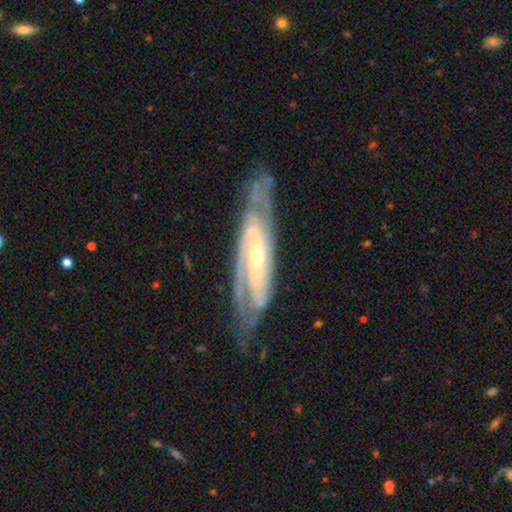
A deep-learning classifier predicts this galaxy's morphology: The model was most divided on "bar": no: 49%, weak: 31%, strong: 20%. Remaining: spiral arms — yes (96%); smooth or featured — featured or disk (88%); edge-on disk — no (80%); merging — none (74%); spiral winding — tight (60%); bulge size — small (59%); spiral arm count — 2 (46%).